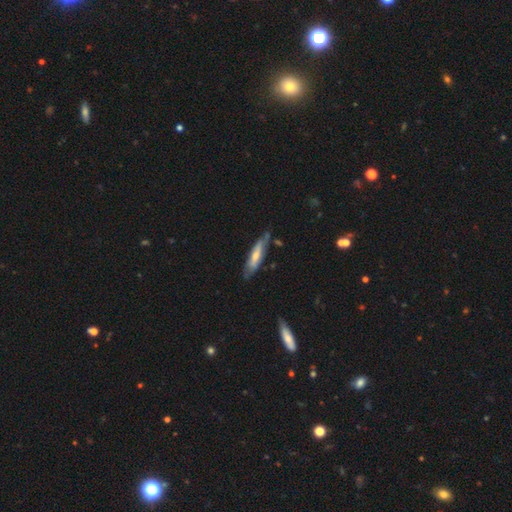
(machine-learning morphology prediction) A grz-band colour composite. It shows a smooth galaxy with no disk features (48%). Merging: none (64%).